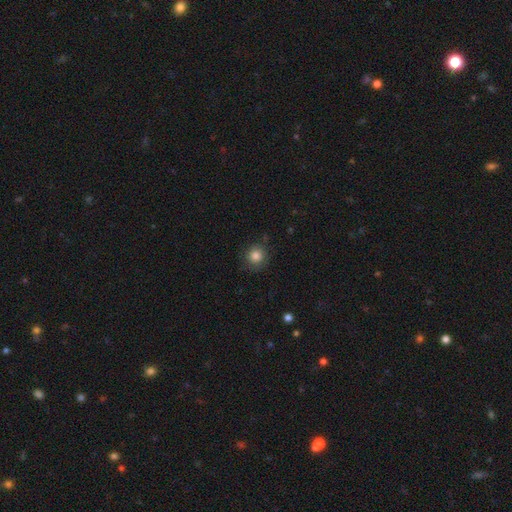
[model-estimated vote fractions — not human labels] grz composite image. It shows a smooth galaxy with no disk features (84%) that is round (89%). Merging: none (80%).